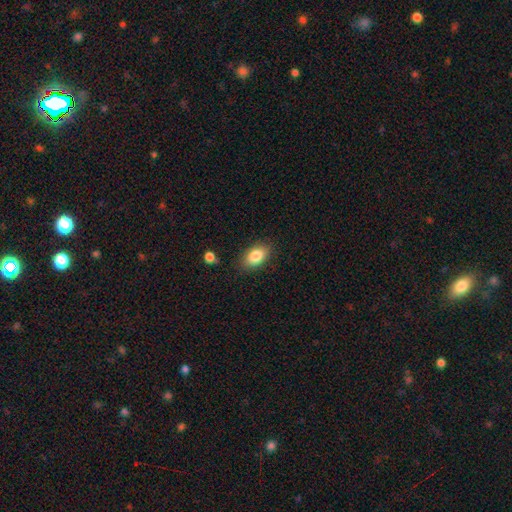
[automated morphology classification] Smooth or featured? smooth (84%)
How rounded? in between (89%)
Merging? none (84%)